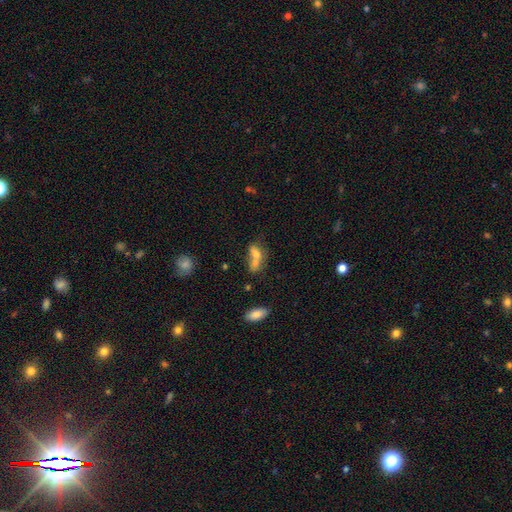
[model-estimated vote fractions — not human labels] smooth-or-featured: smooth: 67% | featured or disk: 21% | star or artifact: 11%
  how-rounded: in between: 72% | round: 16% | cigar-shaped: 12%
  merging: merger: 63% | none: 21% | minor disturbance: 9% | major disturbance: 7%